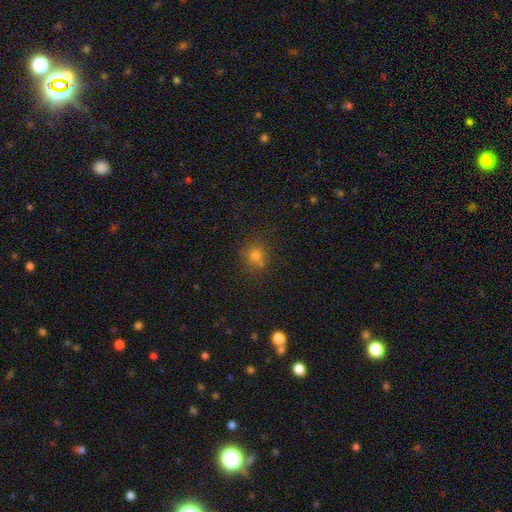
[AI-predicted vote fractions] Q: Smooth or featured?
A: smooth (70%); runner-up: star or artifact (21%)
Q: How rounded?
A: round (85%); runner-up: in between (14%)
Q: Merging?
A: none (72%); runner-up: minor disturbance (12%)